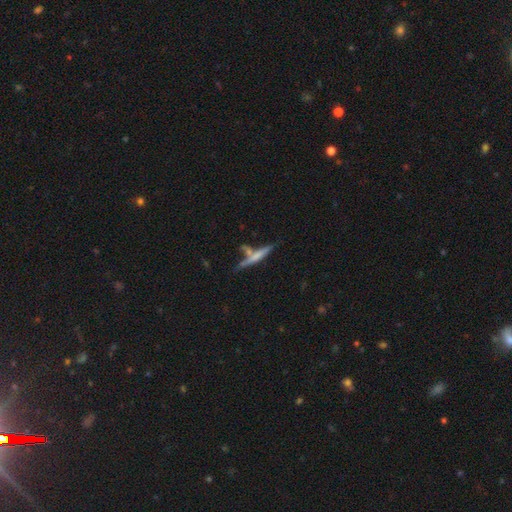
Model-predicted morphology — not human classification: smooth 47%, featured or disk 46%, star or artifact 7%. Down the decision tree: merging — none (58%).